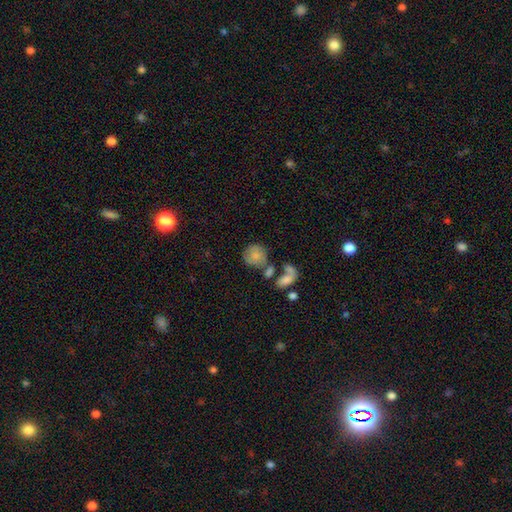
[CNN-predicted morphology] Smooth or featured: smooth — 73% (featured or disk — 19%)
How rounded: round — 76% (in between — 23%)
Merging: none — 44% (merger — 26%)